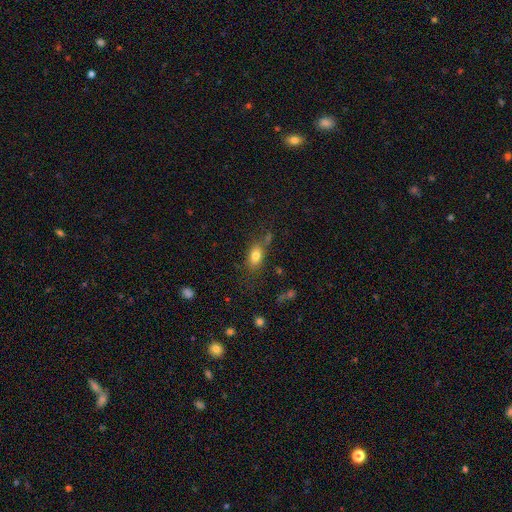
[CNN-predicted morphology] smooth 79%, featured or disk 11%, star or artifact 10%. Down the decision tree: how rounded — in between (82%); merging — none (66%).